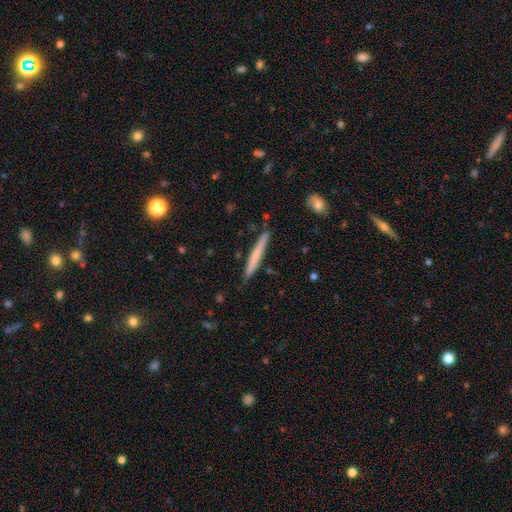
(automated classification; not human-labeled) Overall: smooth (61%; featured or disk 34%). How rounded: cigar-shaped (97%). Merging: none (88%).